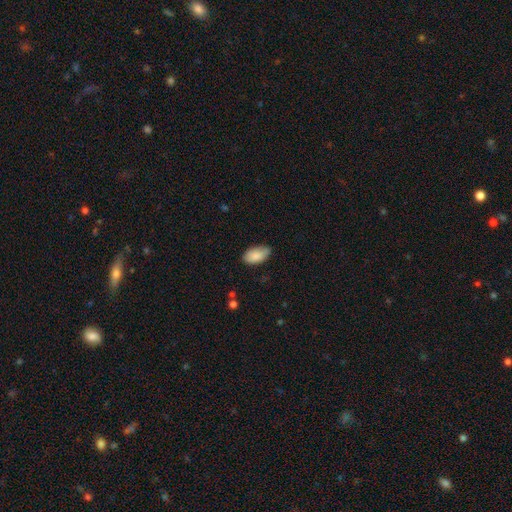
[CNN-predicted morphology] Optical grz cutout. It shows a smooth galaxy with no disk features (86%) that is in between round and cigar-shaped (95%). Merging: none (72%).